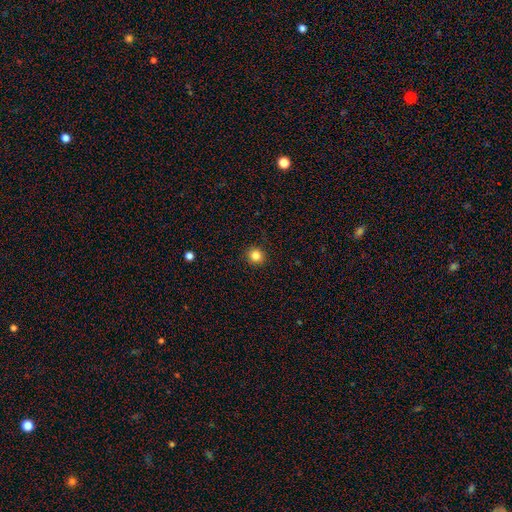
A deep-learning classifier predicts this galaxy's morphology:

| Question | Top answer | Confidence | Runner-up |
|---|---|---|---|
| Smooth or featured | smooth | 84% | star or artifact (11%) |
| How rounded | round | 92% | in between (7%) |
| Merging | none | 91% | minor disturbance (6%) |